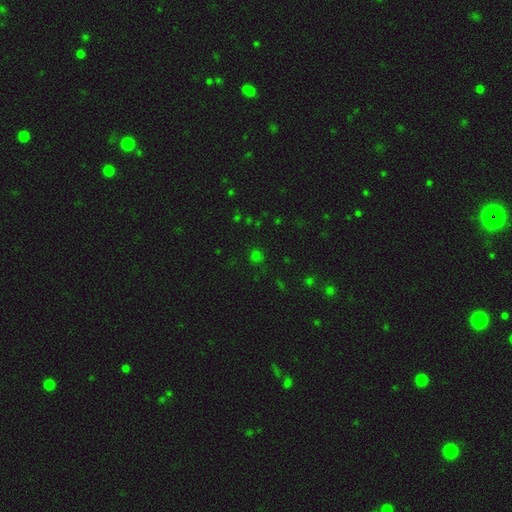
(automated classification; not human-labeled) Overall: smooth (60%; star or artifact 34%). How rounded: round (81%). Merging: none (77%).